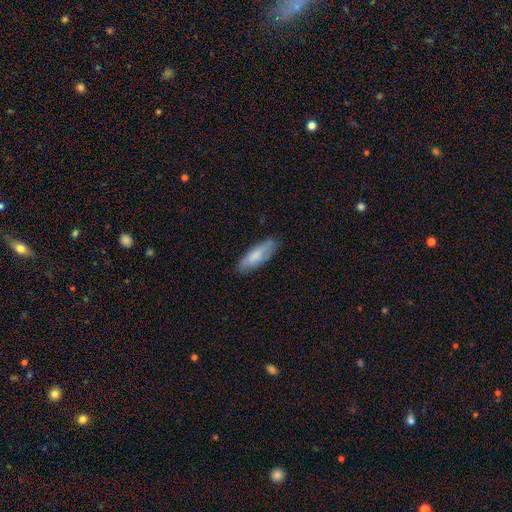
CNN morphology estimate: Q: Smooth or featured?
A: smooth (77%); runner-up: featured or disk (17%)
Q: How rounded?
A: in between (57%); runner-up: cigar-shaped (42%)
Q: Merging?
A: none (80%); runner-up: minor disturbance (16%)